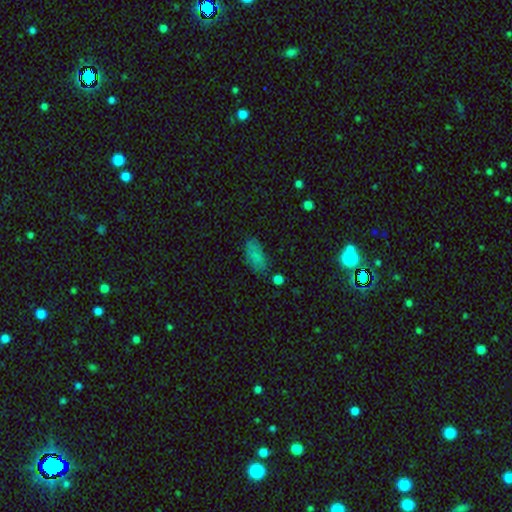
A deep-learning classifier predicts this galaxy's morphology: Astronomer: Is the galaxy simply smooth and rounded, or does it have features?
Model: smooth — 79%.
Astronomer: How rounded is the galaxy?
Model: in between — 88%.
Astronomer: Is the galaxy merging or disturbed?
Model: none — 77%.